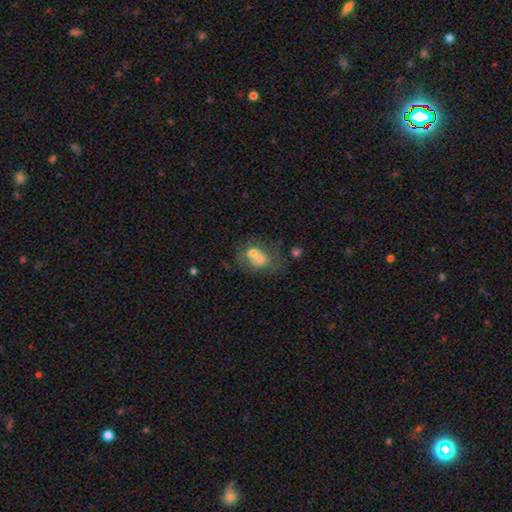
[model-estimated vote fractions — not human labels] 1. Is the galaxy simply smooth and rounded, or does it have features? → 60% smooth, 28% featured or disk, 12% star or artifact.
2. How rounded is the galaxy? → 53% in between, 45% round, 1% cigar-shaped.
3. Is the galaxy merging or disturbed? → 52% merger, 26% none, 12% minor disturbance, 11% major disturbance.